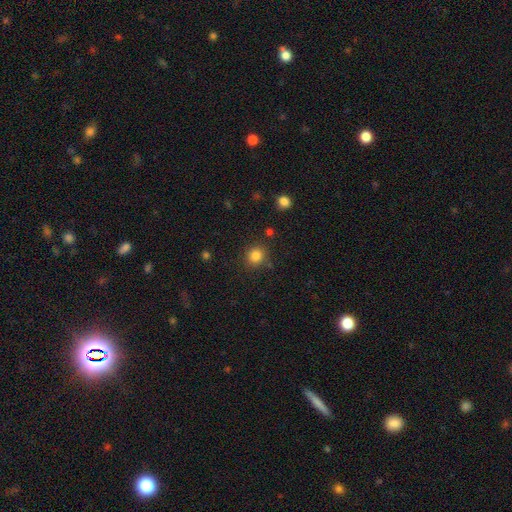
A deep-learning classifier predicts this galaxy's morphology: Smooth or featured?
  - smooth: 83% *
  - star or artifact: 12%
  - featured or disk: 5%
How rounded?
  - round: 87% *
  - in between: 12%
  - cigar-shaped: 1%
Merging?
  - none: 85% *
  - minor disturbance: 9%
  - merger: 4%
  - major disturbance: 3%